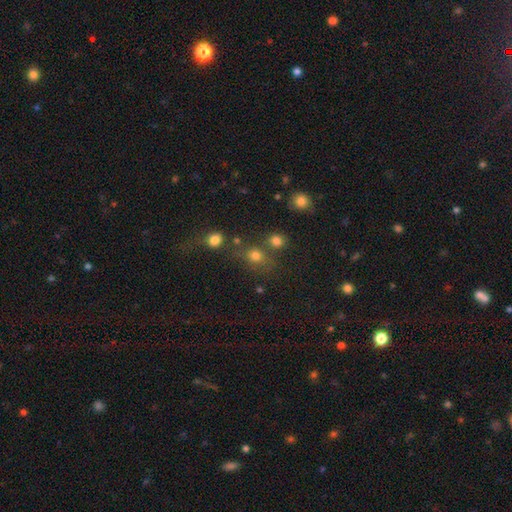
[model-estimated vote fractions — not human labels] smooth-or-featured: smooth: 70% | star or artifact: 21% | featured or disk: 9%
  how-rounded: round: 78% | in between: 20% | cigar-shaped: 1%
  merging: none: 59% | merger: 23% | minor disturbance: 11% | major disturbance: 7%